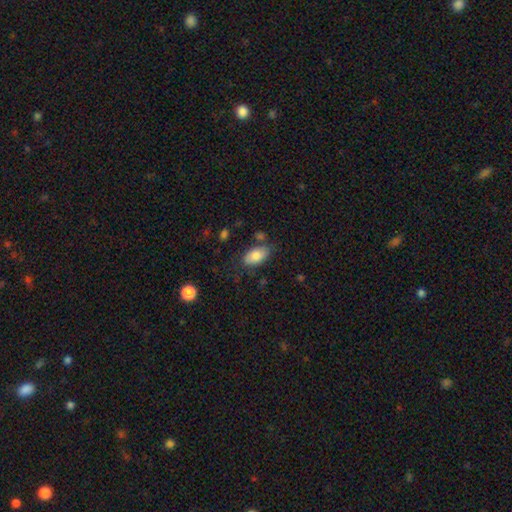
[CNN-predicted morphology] smooth_or_featured: smooth (p=0.81) [alt: featured or disk p=0.12]
how_rounded: in between (p=0.93) [alt: round p=0.04]
merging: none (p=0.72) [alt: minor disturbance p=0.17]